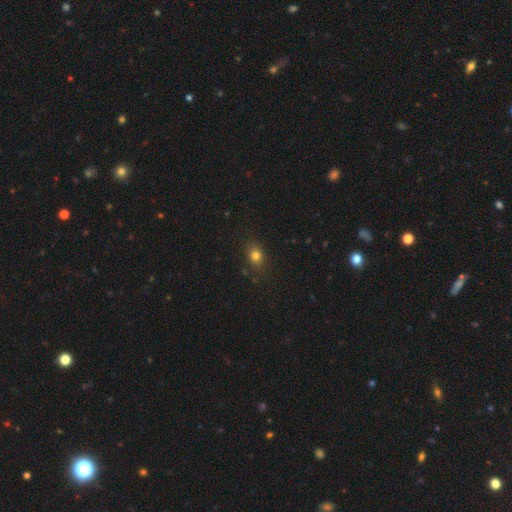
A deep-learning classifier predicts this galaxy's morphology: Q: Smooth or featured?
A: smooth (78%); runner-up: star or artifact (15%)
Q: How rounded?
A: round (50%); runner-up: in between (48%)
Q: Merging?
A: none (83%); runner-up: minor disturbance (12%)